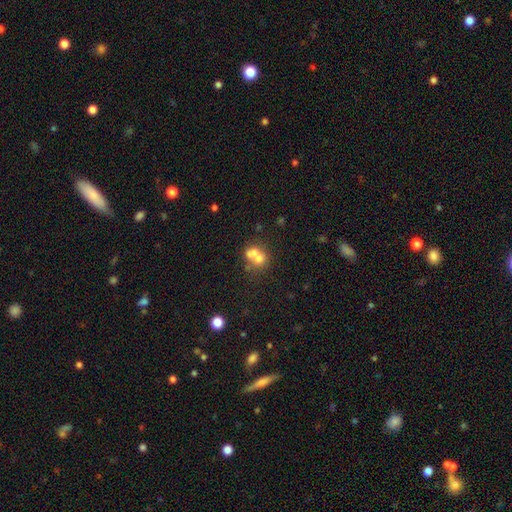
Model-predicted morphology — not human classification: Overall: smooth (60%; featured or disk 26%). How rounded: round (70%). Merging: merger (61%; none 28%).